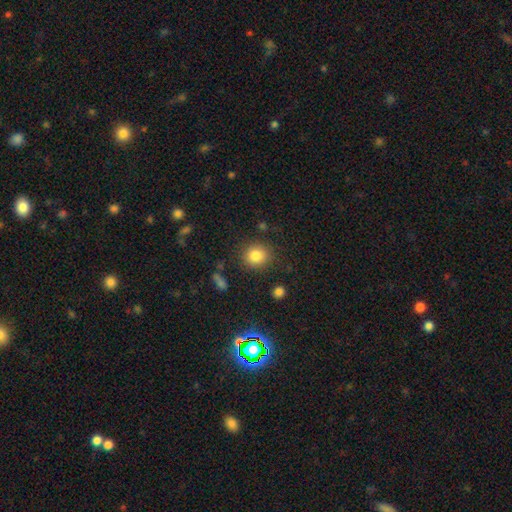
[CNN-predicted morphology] smooth-or-featured: smooth: 83% | star or artifact: 11% | featured or disk: 6%
  how-rounded: round: 83% | in between: 16% | cigar-shaped: 1%
  merging: none: 86% | minor disturbance: 9% | major disturbance: 3% | merger: 2%